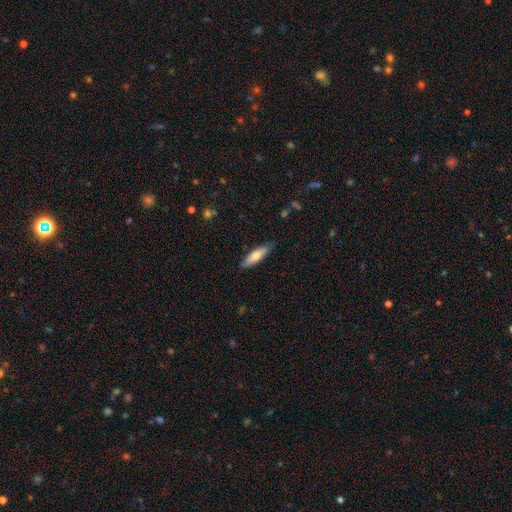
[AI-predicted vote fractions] smooth-or-featured: smooth: 70% | featured or disk: 24% | star or artifact: 6%
  how-rounded: cigar-shaped: 62% | in between: 36% | round: 2%
  merging: none: 84% | minor disturbance: 13% | major disturbance: 2% | merger: 1%